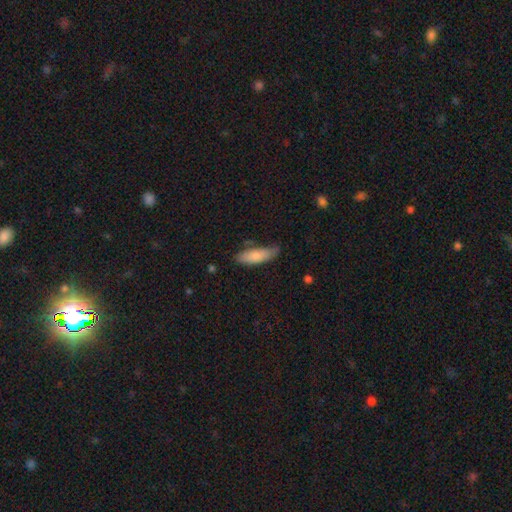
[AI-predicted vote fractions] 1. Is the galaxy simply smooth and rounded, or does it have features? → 81% smooth, 13% featured or disk, 6% star or artifact.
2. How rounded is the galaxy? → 58% in between, 40% cigar-shaped, 2% round.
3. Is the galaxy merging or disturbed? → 63% none, 29% minor disturbance, 5% major disturbance, 3% merger.